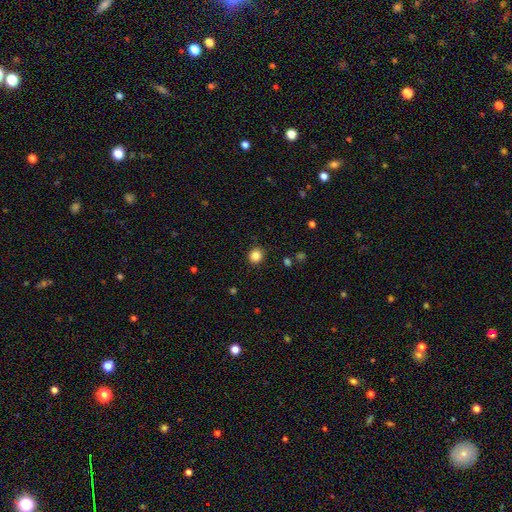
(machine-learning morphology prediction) type=smooth (84%); roundness=round (88%); merging=none (91%).